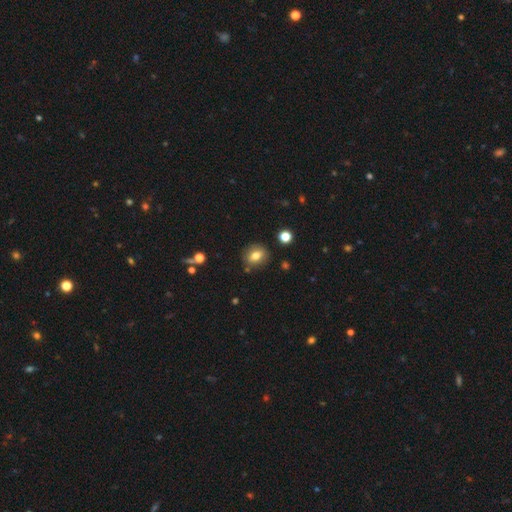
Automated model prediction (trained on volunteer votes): This appears to be a smooth galaxy with no disk features (75%) that is round (54%). Merging: none (82%).